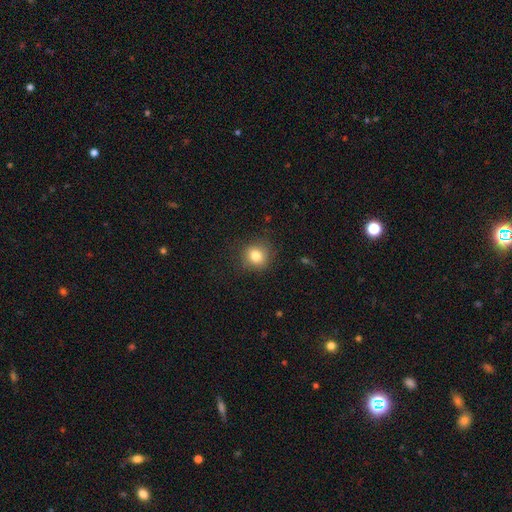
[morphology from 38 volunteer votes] This appears to be a smooth galaxy with no disk features (89%) that is round (91%). Merging: none (97%).